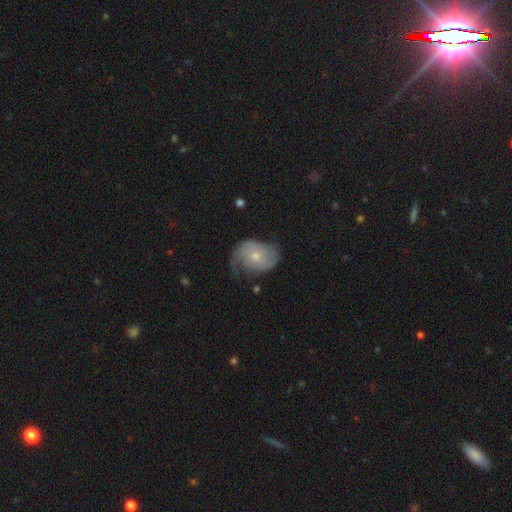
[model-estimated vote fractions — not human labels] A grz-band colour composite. It shows a featured or disk galaxy (64%) with no bar (78%), 2 (47%) medium (37%) spiral arms (84%) and a small central bulge (58%). Merging: none (43%).